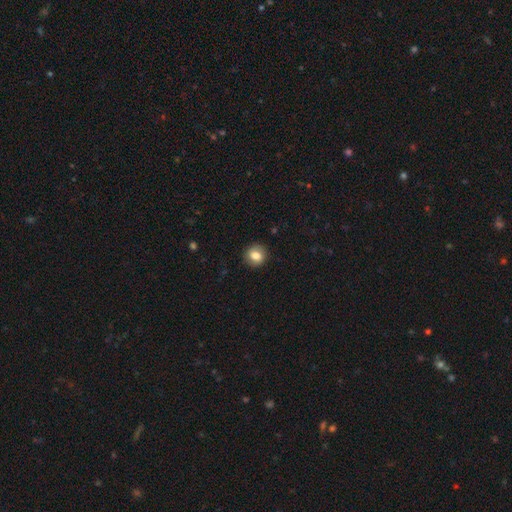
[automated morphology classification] Smooth or featured? Predicted: smooth (p=0.79). How rounded? Predicted: round (p=0.83). Merging? Predicted: none (p=0.88).